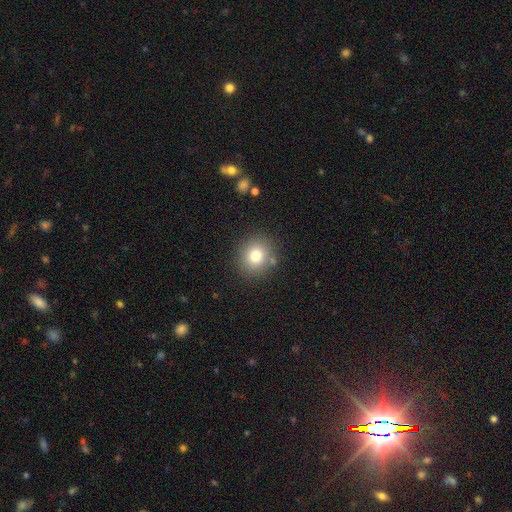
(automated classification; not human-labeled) smooth-or-featured: smooth: 77% | star or artifact: 12% | featured or disk: 10%
  how-rounded: round: 85% | in between: 14% | cigar-shaped: 1%
  merging: none: 84% | minor disturbance: 9% | merger: 4% | major disturbance: 3%